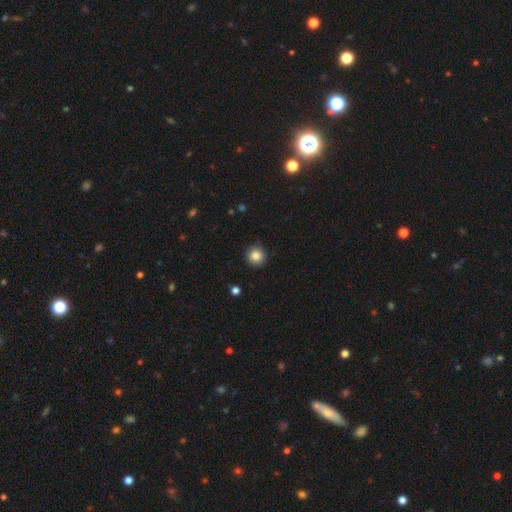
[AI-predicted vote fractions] Overall: smooth (85%). How rounded: round (94%). Merging: none (89%).